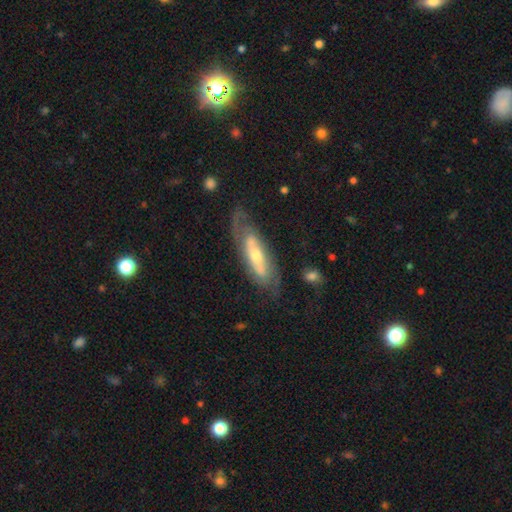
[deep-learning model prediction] Smooth or featured? Predicted: featured or disk (p=0.74). Edge-on disk? Predicted: no (p=0.77). Bar? Predicted: no (p=0.51). Spiral arms? Predicted: yes (p=0.79). Bulge size? Predicted: moderate (p=0.56). Merging? Predicted: none (p=0.64).